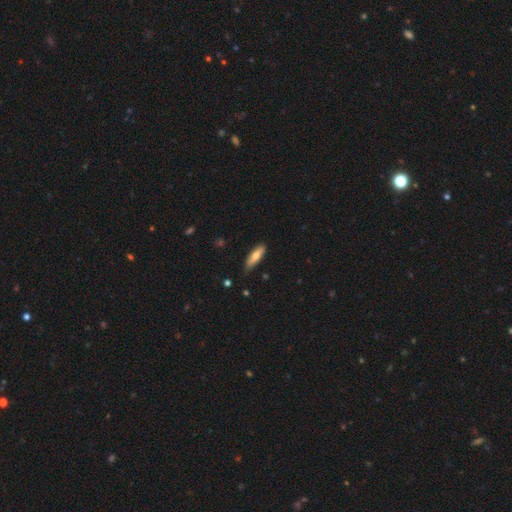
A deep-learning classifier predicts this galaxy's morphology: smooth_or_featured: smooth (p=0.71) [alt: featured or disk p=0.23]
how_rounded: cigar-shaped (p=0.55) [alt: in between p=0.43]
merging: none (p=0.78) [alt: minor disturbance p=0.18]